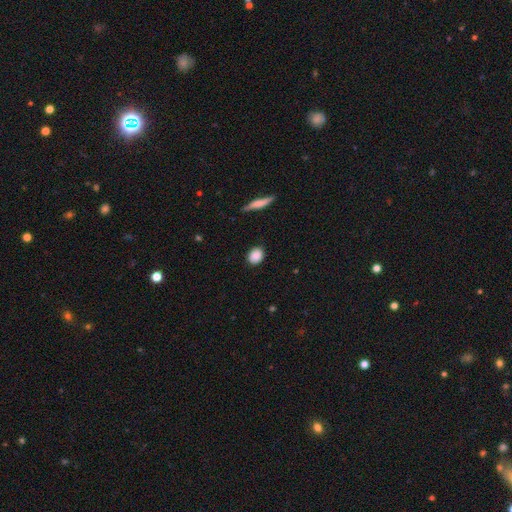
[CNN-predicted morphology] The model was most divided on "how rounded": round: 62%, in between: 36%, cigar-shaped: 3%. More confident: smooth or featured — smooth (88%); merging — none (88%).